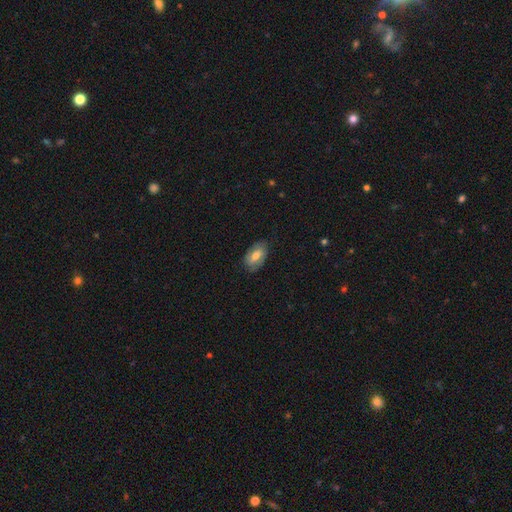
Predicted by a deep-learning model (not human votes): This is possibly a smooth galaxy (59%). How rounded: clearly in between (91%). Merging: likely none (76%).